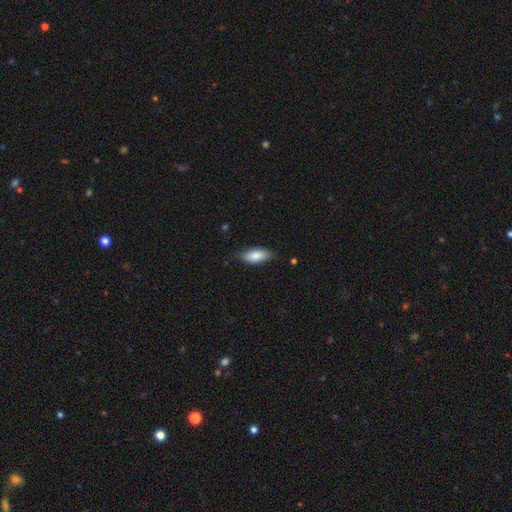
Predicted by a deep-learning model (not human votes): Q: Smooth or featured?
A: smooth (83%); runner-up: featured or disk (10%)
Q: How rounded?
A: in between (84%); runner-up: cigar-shaped (14%)
Q: Merging?
A: none (79%); runner-up: minor disturbance (17%)